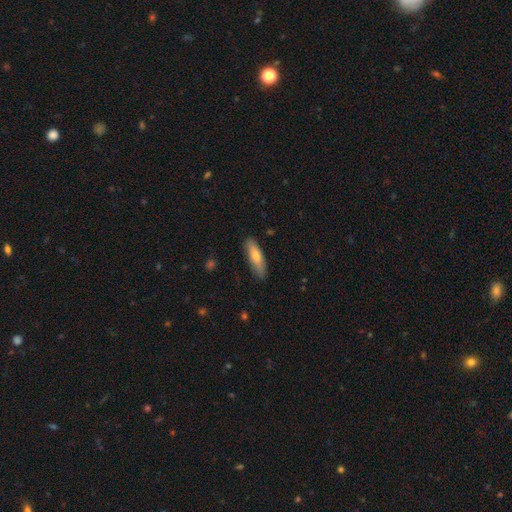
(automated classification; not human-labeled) A smooth galaxy with no disk features (73%) that is cigar-shaped (57%). Merging: none (83%).